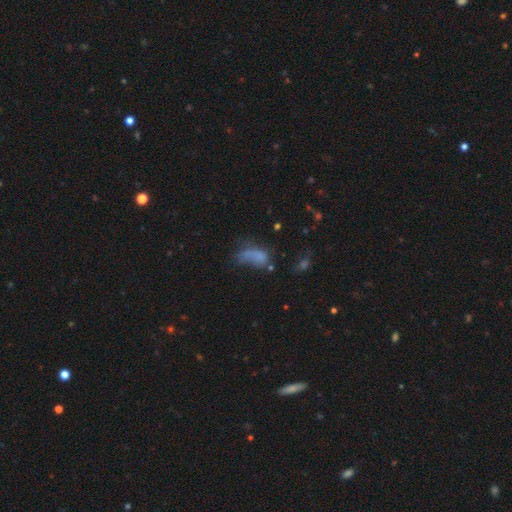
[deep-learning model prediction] Overall: smooth (61%; featured or disk 22%). How rounded: in between (83%). Merging: major disturbance (41%; none 25%).